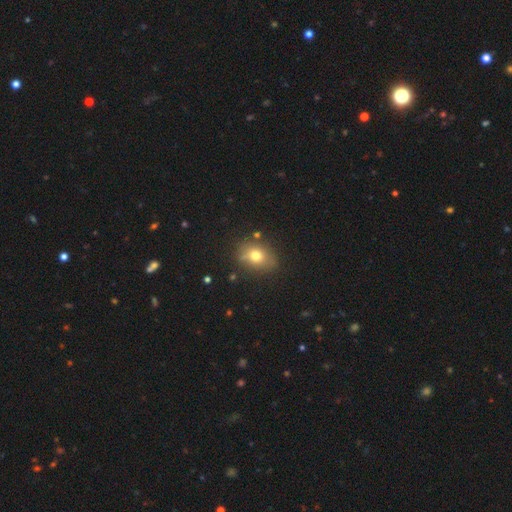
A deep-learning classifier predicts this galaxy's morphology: type=smooth (71%); roundness=in between (58%); merging=none (74%).